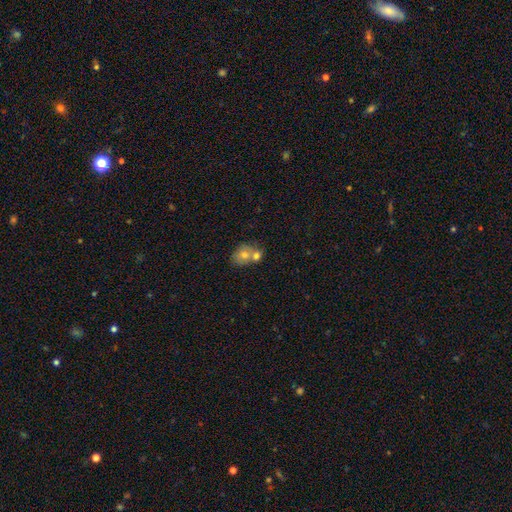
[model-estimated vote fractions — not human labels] smooth_or_featured: smooth (p=0.70) [alt: featured or disk p=0.21]
how_rounded: round (p=0.51) [alt: in between p=0.48]
merging: merger (p=0.57) [alt: none p=0.31]